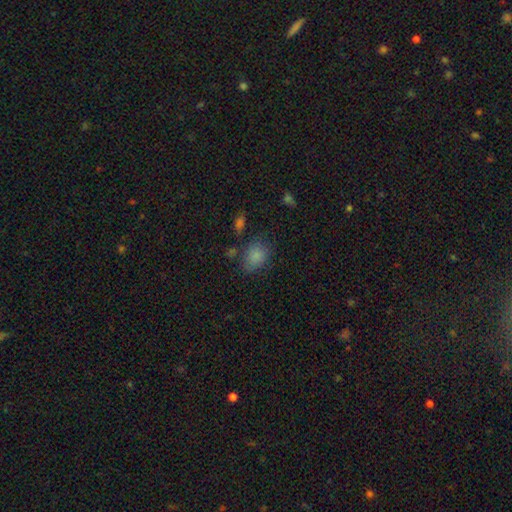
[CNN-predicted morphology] This is clearly a smooth galaxy (82%). How rounded: likely in between (68%). Merging: likely none (64%).